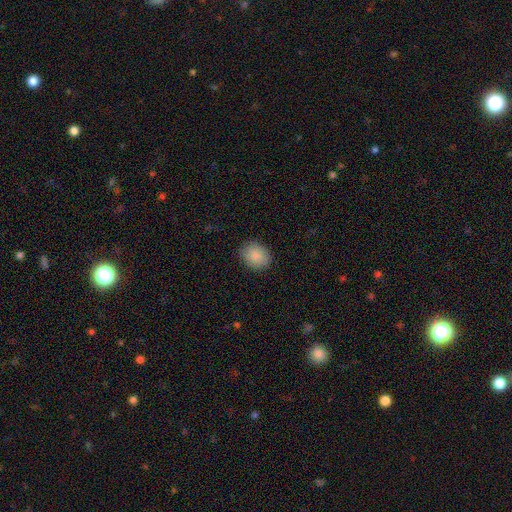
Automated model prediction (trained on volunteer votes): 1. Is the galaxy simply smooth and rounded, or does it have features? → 88% smooth, 7% star or artifact, 5% featured or disk.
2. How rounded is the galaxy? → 53% in between, 46% round, 1% cigar-shaped.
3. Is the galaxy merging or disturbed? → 86% none, 10% minor disturbance, 3% major disturbance, 1% merger.